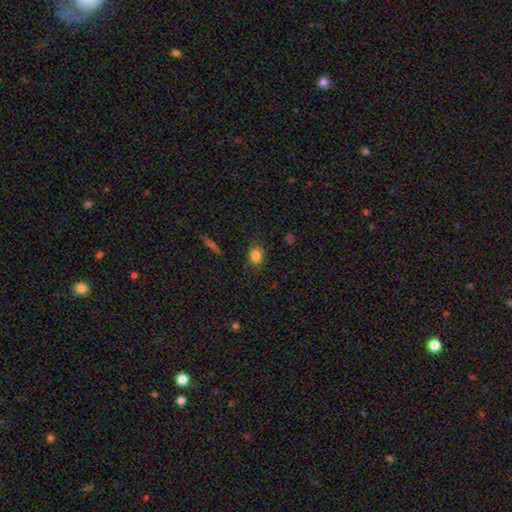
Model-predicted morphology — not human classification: This appears to be a smooth galaxy with no disk features (83%) that is in between round and cigar-shaped (56%). Merging: none (79%).